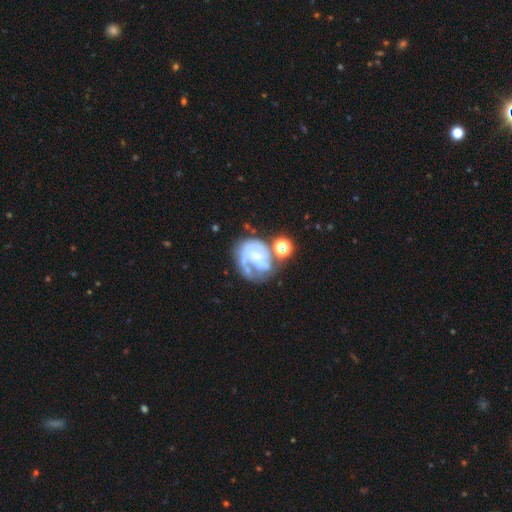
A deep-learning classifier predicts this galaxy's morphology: Smooth or featured?
  - featured or disk: 71% *
  - smooth: 19%
  - star or artifact: 9%
Edge-on disk?
  - no: 98% *
  - yes: 2%
Bar?
  - no: 54% *
  - weak: 35%
  - strong: 11%
Spiral arms?
  - yes: 79% *
  - no: 21%
Spiral winding?
  - tight: 44% *
  - medium: 37%
  - loose: 19%
Spiral arm count?
  - 2: 31% *
  - can't tell: 28%
  - 1: 23%
  - 3: 12%
  - 4: 3%
  - more than 4: 3%
Bulge size?
  - small: 51% *
  - none: 27%
  - moderate: 19%
  - large: 3%
  - dominant: 1%
Merging?
  - none: 38% *
  - major disturbance: 25%
  - minor disturbance: 20%
  - merger: 16%